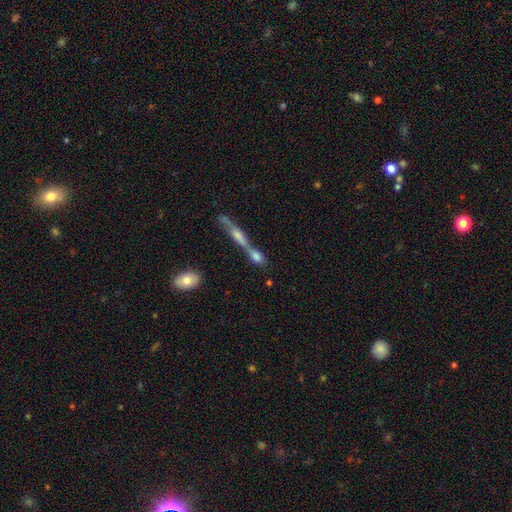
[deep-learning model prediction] This appears to be a smooth galaxy with no disk features (52%) that is cigar-shaped (50%). Merging: merger (51%).